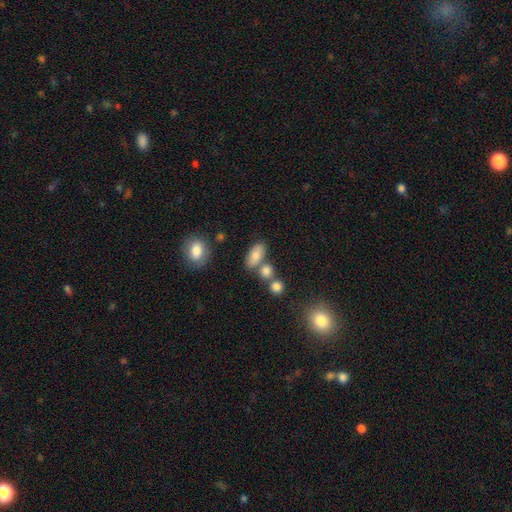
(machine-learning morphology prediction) type=smooth (77%); roundness=in between (85%); merging=none (63%).